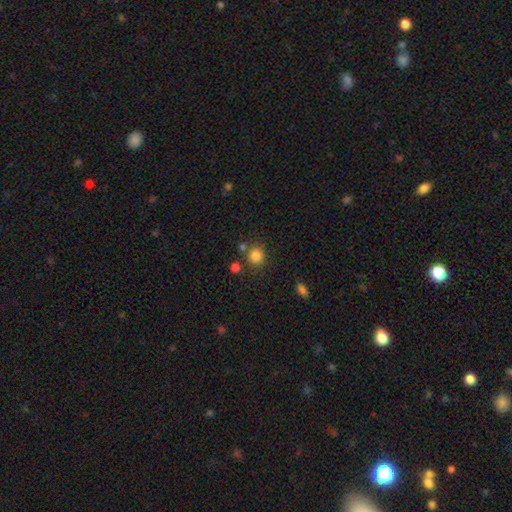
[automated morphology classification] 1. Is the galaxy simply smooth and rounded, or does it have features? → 83% smooth, 12% star or artifact, 5% featured or disk.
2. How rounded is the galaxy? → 89% round, 10% in between, 1% cigar-shaped.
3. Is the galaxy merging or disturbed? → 76% none, 10% merger, 10% minor disturbance, 4% major disturbance.